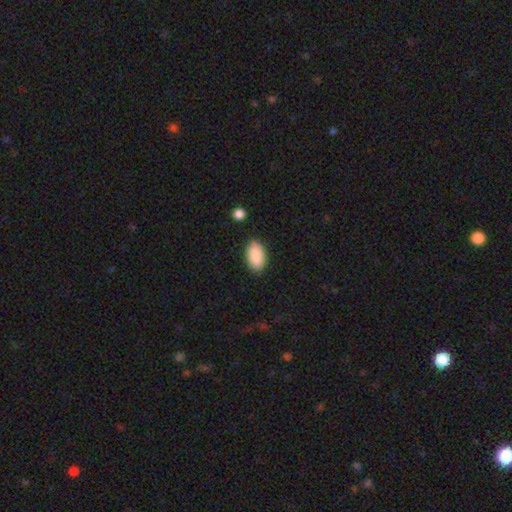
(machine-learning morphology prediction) A smooth galaxy with no disk features (90%) that is in between round and cigar-shaped (94%).

Vote fractions:
- Smooth or featured? smooth: 90% / star or artifact: 6% / featured or disk: 4%
- How rounded? in between: 94% / round: 4% / cigar-shaped: 2%
- Merging? none: 85% / minor disturbance: 11% / major disturbance: 2% / merger: 2%